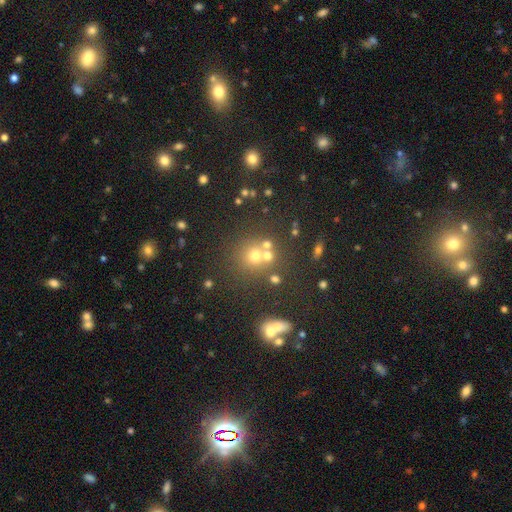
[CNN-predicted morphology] smooth_or_featured: smooth (p=0.55) [alt: star or artifact p=0.30]
how_rounded: round (p=0.87) [alt: in between p=0.12]
merging: none (p=0.61) [alt: merger p=0.25]